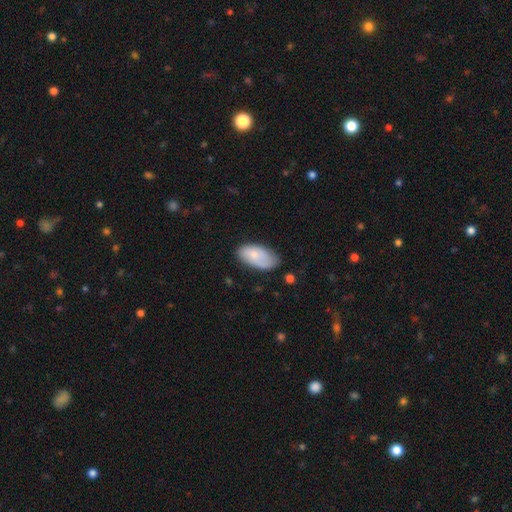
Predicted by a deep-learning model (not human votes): Q: Smooth or featured?
A: smooth (72%); runner-up: featured or disk (22%)
Q: How rounded?
A: in between (95%); runner-up: round (3%)
Q: Merging?
A: none (61%); runner-up: minor disturbance (30%)